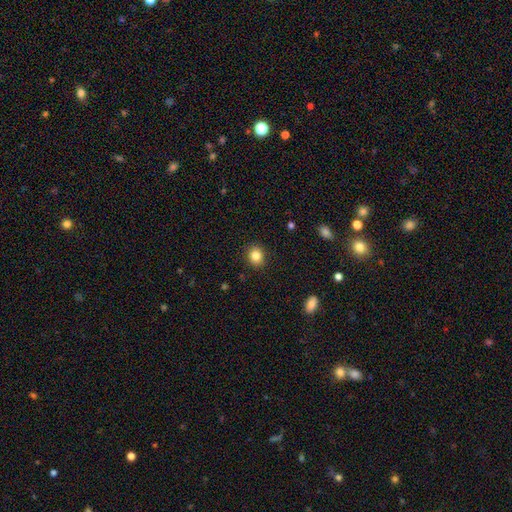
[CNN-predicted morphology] Q: Smooth or featured?
A: smooth (84%); runner-up: star or artifact (11%)
Q: How rounded?
A: round (72%); runner-up: in between (27%)
Q: Merging?
A: none (90%); runner-up: minor disturbance (7%)